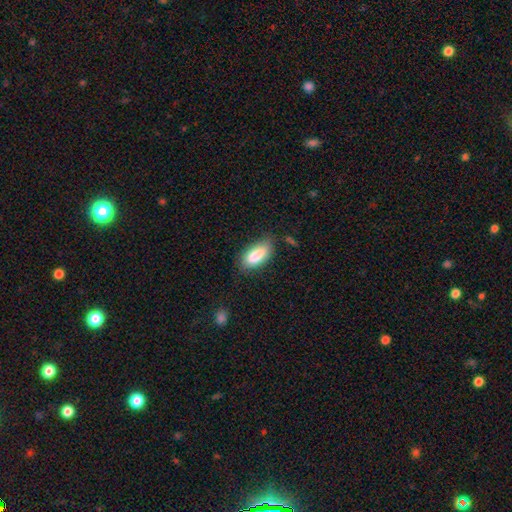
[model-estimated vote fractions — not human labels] This is clearly a smooth galaxy (85%). How rounded: clearly in between (86%). Merging: likely none (76%).